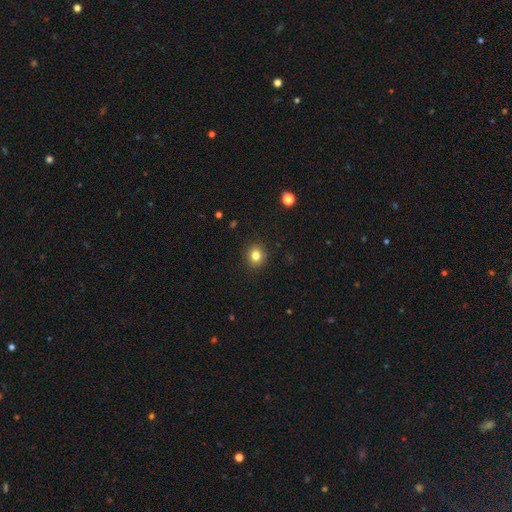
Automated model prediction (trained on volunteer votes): This appears to be a smooth galaxy with no disk features (81%) that is round (80%). Merging: none (91%).